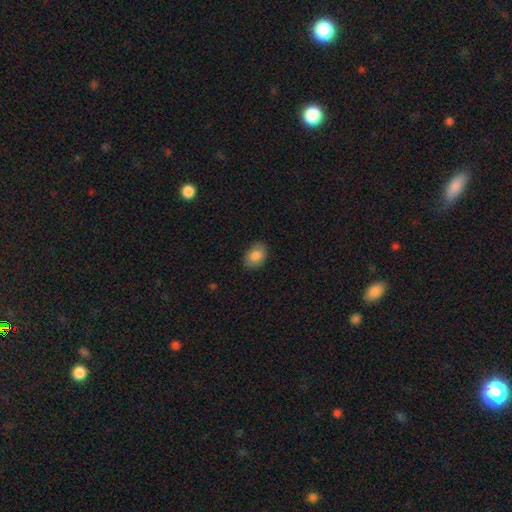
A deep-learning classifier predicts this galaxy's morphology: Smooth or featured: smooth — 84% (featured or disk — 8%)
How rounded: in between — 82% (round — 17%)
Merging: none — 83% (minor disturbance — 13%)